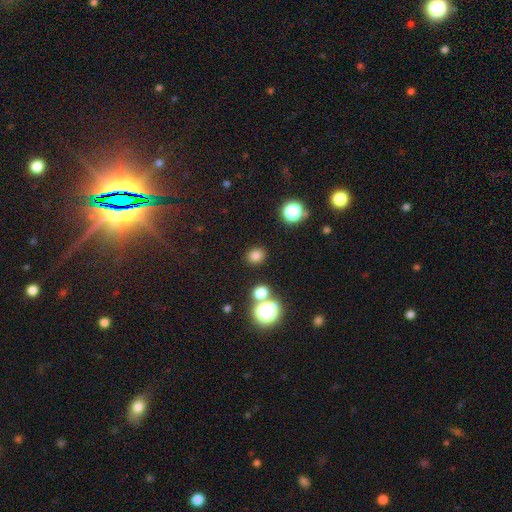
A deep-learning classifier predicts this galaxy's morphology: type=smooth (78%); roundness=round (76%); merging=none (86%).